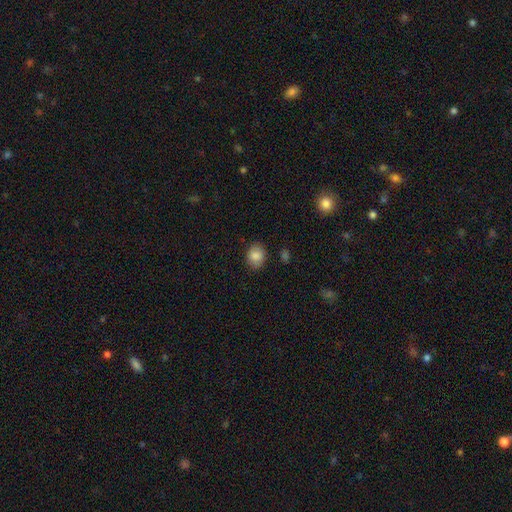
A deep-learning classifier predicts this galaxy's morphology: Q: Smooth or featured?
A: smooth (86%); runner-up: star or artifact (8%)
Q: How rounded?
A: round (51%); runner-up: in between (48%)
Q: Merging?
A: none (84%); runner-up: minor disturbance (11%)